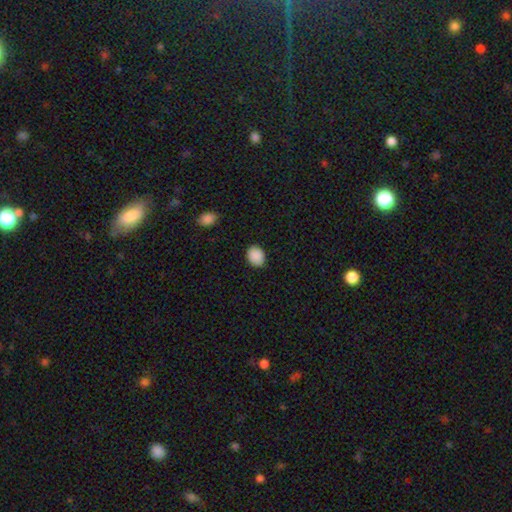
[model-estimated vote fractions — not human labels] Q: Smooth or featured?
A: smooth (90%); runner-up: star or artifact (8%)
Q: How rounded?
A: in between (57%); runner-up: round (42%)
Q: Merging?
A: none (87%); runner-up: minor disturbance (10%)